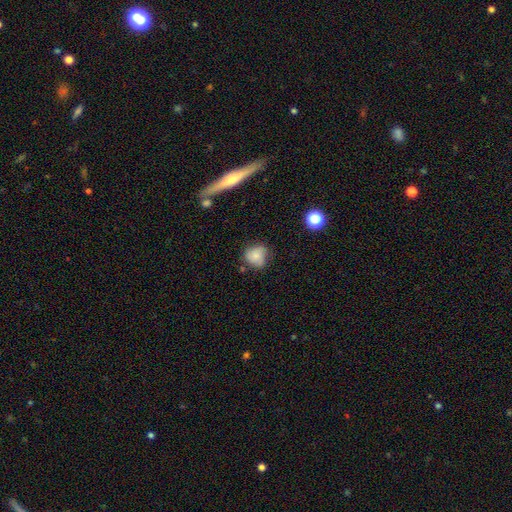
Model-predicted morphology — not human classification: smooth_or_featured: smooth (p=0.61) [alt: featured or disk p=0.29]
how_rounded: round (p=0.73) [alt: in between p=0.25]
merging: none (p=0.60) [alt: minor disturbance p=0.28]